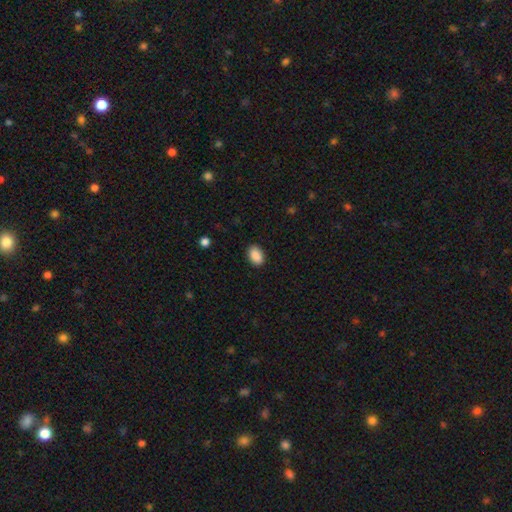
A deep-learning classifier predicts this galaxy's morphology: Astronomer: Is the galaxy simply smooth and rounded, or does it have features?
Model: smooth — 90%.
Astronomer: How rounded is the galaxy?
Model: in between — 87%.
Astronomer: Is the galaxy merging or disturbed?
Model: none — 89%.